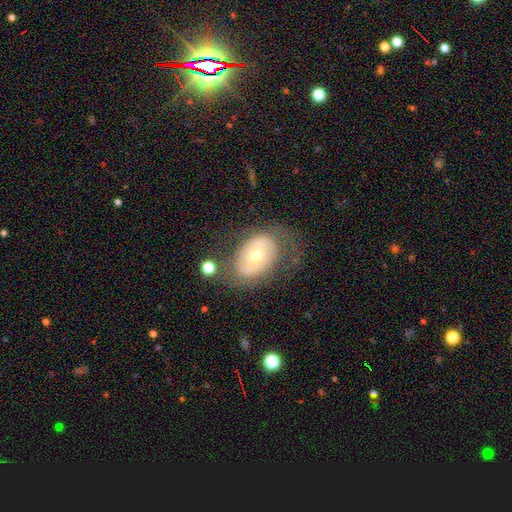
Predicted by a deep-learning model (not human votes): A featured or disk galaxy (57%) with no bar (60%), no spiral arms (52%) and a moderate central bulge (59%). Merging: none (60%).